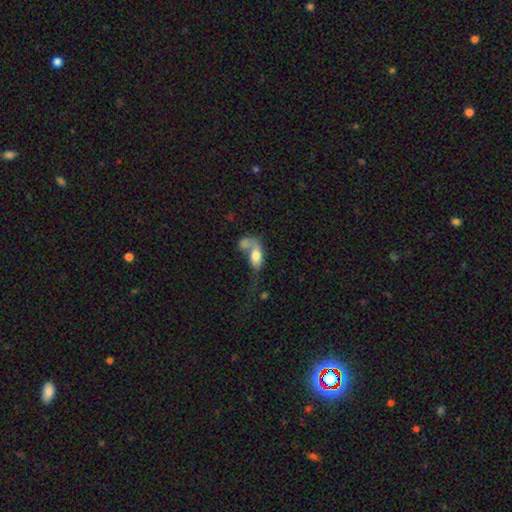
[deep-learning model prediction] smooth 65%, featured or disk 27%, star or artifact 8%. Down the decision tree: how rounded — in between (82%); merging — merger (56%).